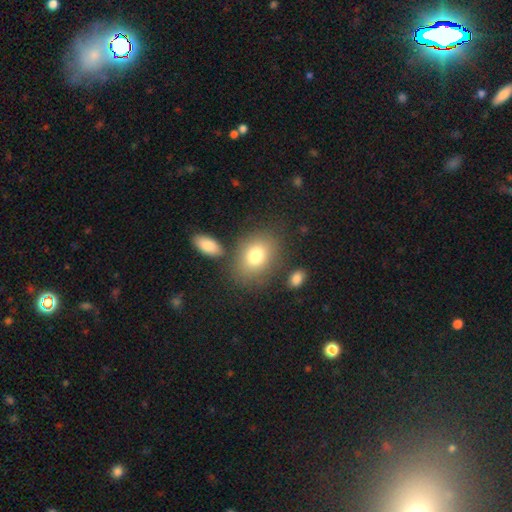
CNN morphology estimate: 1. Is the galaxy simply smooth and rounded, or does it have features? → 77% smooth, 13% featured or disk, 10% star or artifact.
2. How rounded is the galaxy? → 64% in between, 35% round, 1% cigar-shaped.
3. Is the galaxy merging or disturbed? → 72% none, 13% minor disturbance, 10% merger, 6% major disturbance.